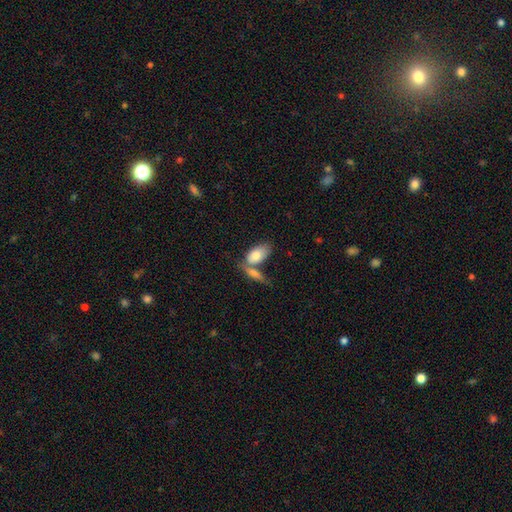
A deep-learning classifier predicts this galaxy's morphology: Smooth or featured? Predicted: smooth (p=0.78). How rounded? Predicted: in between (p=0.91). Merging? Predicted: merger (p=0.45).